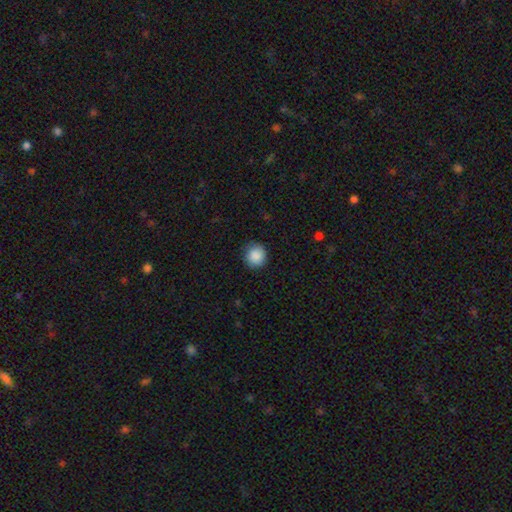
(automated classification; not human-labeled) This is clearly a smooth galaxy (89%). How rounded: clearly round (92%). Merging: clearly none (85%).